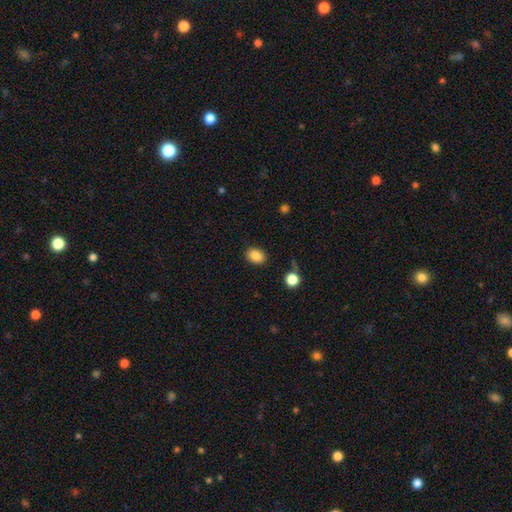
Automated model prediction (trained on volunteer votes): Overall: smooth (86%). How rounded: in between (72%). Merging: none (86%).